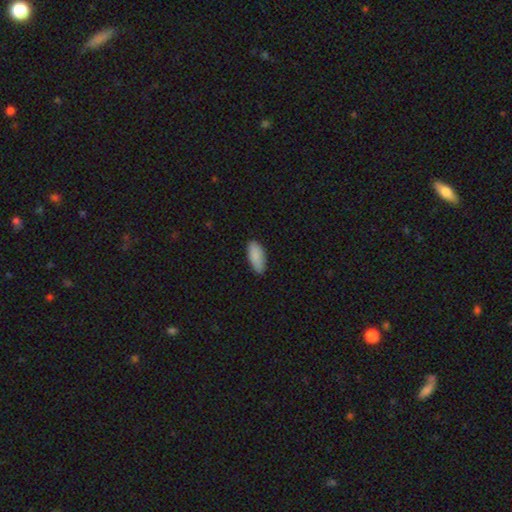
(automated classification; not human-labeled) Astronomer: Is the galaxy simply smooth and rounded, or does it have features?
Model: smooth — 88%.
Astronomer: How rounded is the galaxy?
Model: in between — 86%.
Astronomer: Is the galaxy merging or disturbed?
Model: none — 83%.